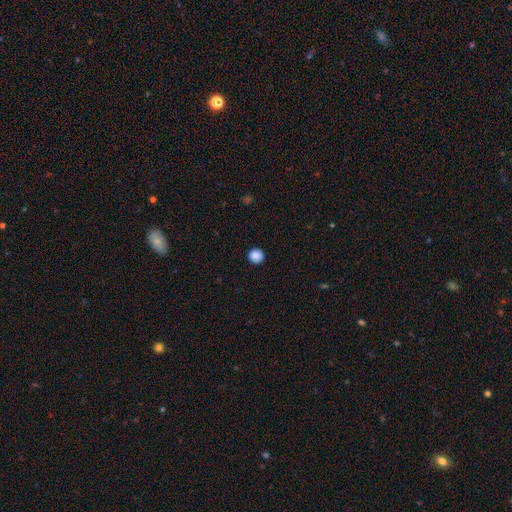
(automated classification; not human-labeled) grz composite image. It shows a smooth galaxy with no disk features (88%) that is round (94%). Merging: none (92%).